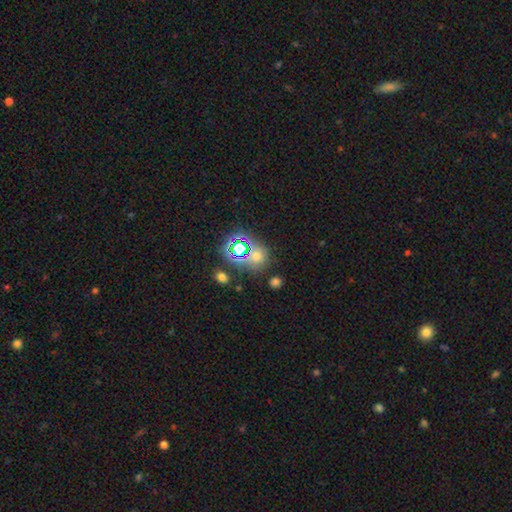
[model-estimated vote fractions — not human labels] Smooth or featured: star or artifact — 51% (smooth — 39%)